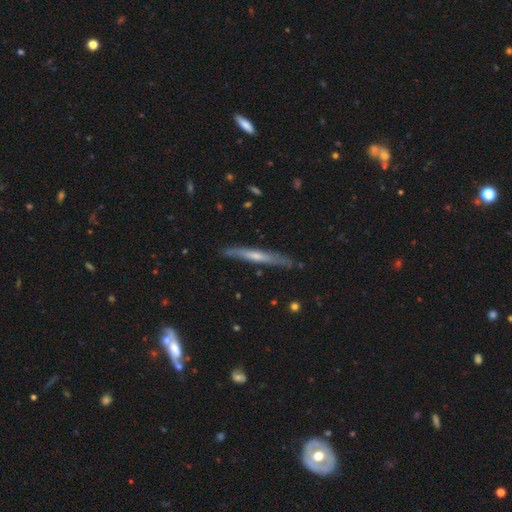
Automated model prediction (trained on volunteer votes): Smooth or featured? Predicted: featured or disk (p=0.60). Edge-on disk? Predicted: yes (p=0.93). Edge-on bulge? Predicted: none (p=0.48). Merging? Predicted: none (p=0.84).